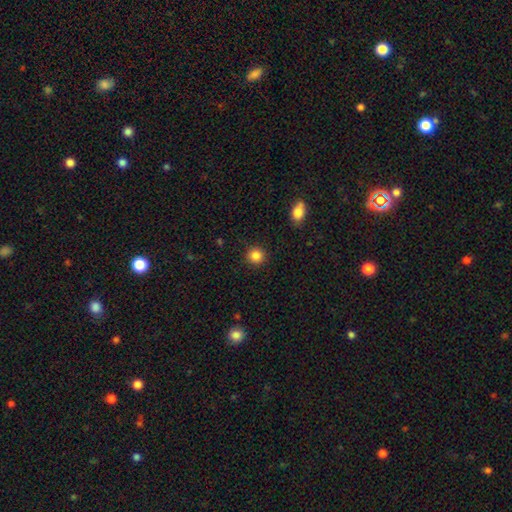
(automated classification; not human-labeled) A smooth galaxy with no disk features (86%) that is round (92%). Merging: none (91%).